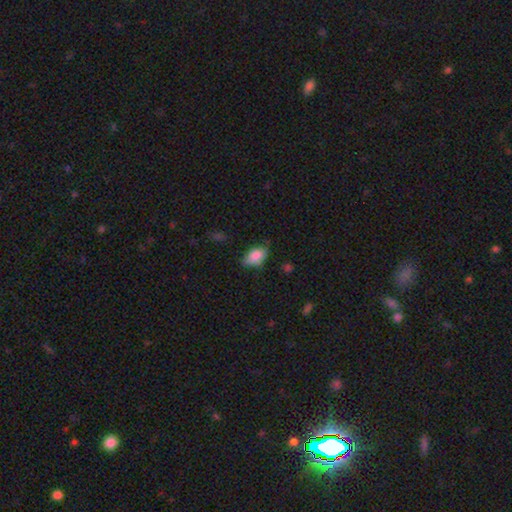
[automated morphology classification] smooth-or-featured: smooth: 82% | featured or disk: 10% | star or artifact: 8%
  how-rounded: in between: 90% | round: 8% | cigar-shaped: 3%
  merging: none: 58% | minor disturbance: 33% | major disturbance: 6% | merger: 2%